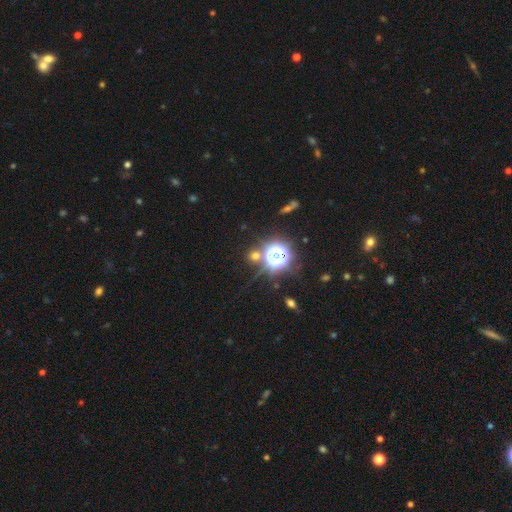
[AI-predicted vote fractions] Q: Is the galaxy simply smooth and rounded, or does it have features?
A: star or artifact — 48%.